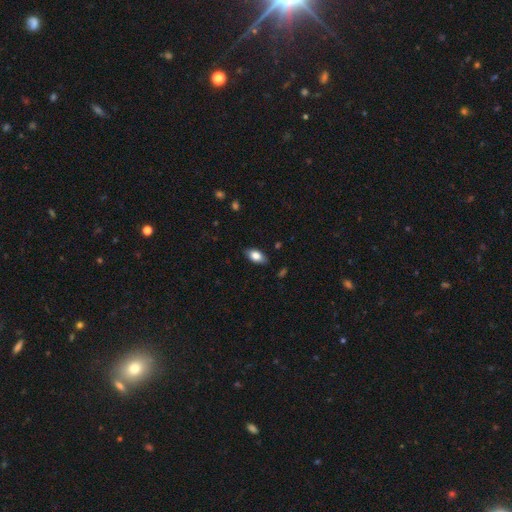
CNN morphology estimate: Smooth or featured: smooth — 82% (featured or disk — 11%)
How rounded: in between — 92% (round — 5%)
Merging: none — 84% (minor disturbance — 12%)